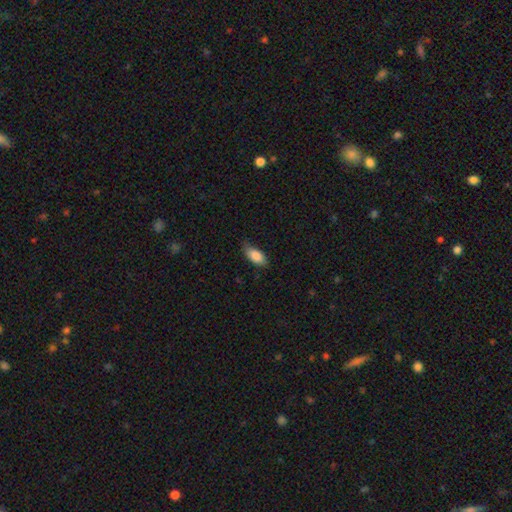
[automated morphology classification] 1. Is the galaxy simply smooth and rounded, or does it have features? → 87% smooth, 7% featured or disk, 6% star or artifact.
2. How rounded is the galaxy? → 91% in between, 7% cigar-shaped, 3% round.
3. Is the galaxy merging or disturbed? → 67% none, 27% minor disturbance, 5% major disturbance, 1% merger.